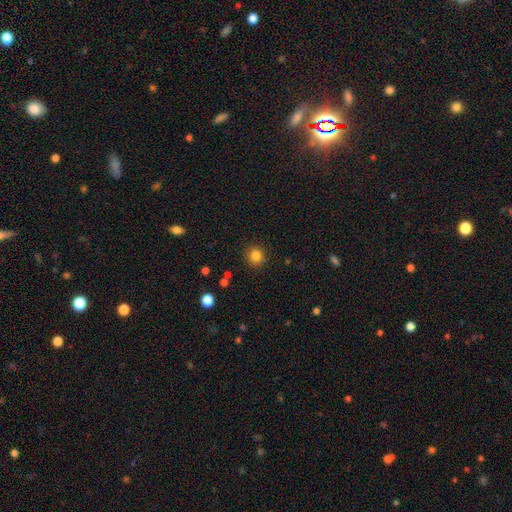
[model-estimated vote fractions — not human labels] Smooth or featured? smooth (83%)
How rounded? round (93%)
Merging? none (90%)